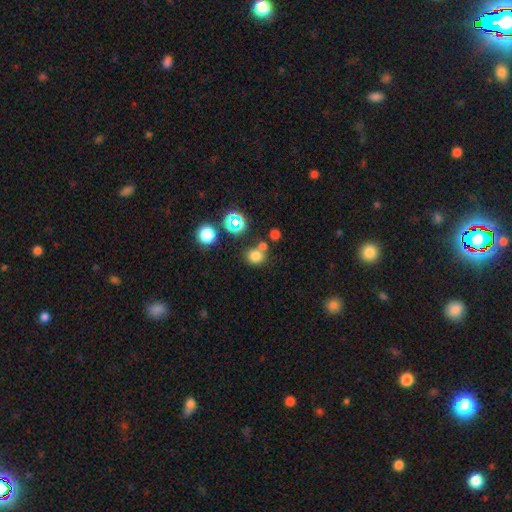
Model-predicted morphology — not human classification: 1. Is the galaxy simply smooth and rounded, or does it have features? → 73% smooth, 19% star or artifact, 7% featured or disk.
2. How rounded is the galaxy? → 80% round, 19% in between, 1% cigar-shaped.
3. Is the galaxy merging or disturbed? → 63% none, 23% merger, 10% minor disturbance, 4% major disturbance.